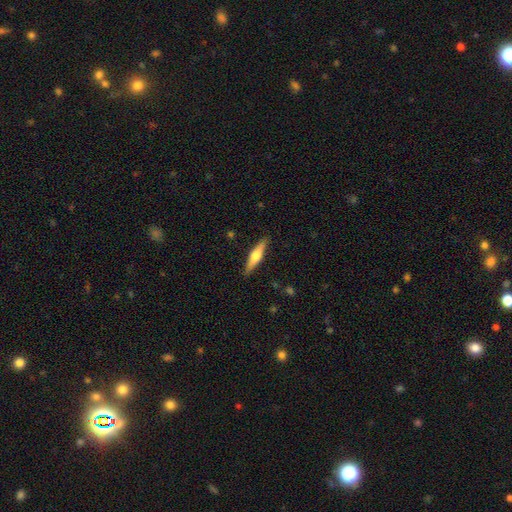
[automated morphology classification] Smooth or featured: featured or disk — 51% (smooth — 44%)
Edge-on disk: yes — 95% (no — 5%)
Merging: none — 89% (minor disturbance — 8%)